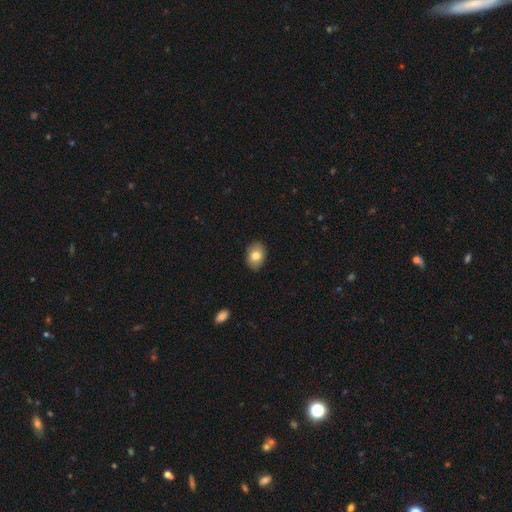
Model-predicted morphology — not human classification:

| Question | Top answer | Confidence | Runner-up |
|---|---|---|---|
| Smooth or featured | smooth | 80% | featured or disk (12%) |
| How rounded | in between | 77% | round (22%) |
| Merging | none | 88% | minor disturbance (9%) |